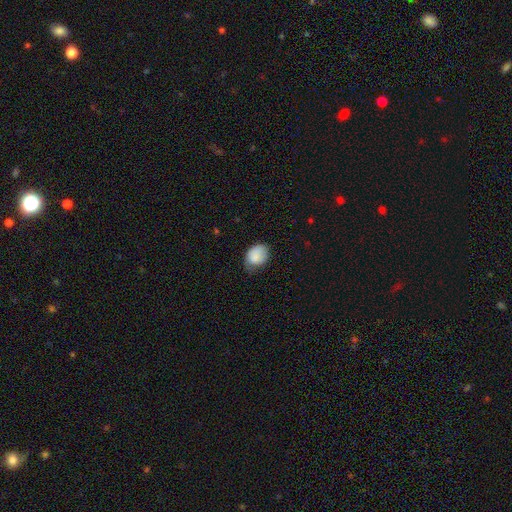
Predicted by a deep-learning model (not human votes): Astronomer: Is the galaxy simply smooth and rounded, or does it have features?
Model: smooth — 84%.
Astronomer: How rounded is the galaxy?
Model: in between — 62%.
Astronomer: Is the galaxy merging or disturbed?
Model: none — 45% (runner-up: minor disturbance, 41%).